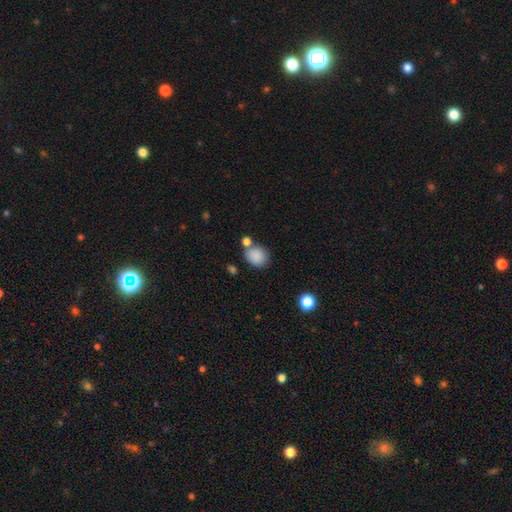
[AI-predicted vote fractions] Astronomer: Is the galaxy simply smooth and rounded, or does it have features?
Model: smooth — 86%.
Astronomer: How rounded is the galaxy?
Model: round — 66%.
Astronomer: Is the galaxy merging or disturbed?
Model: none — 66%.